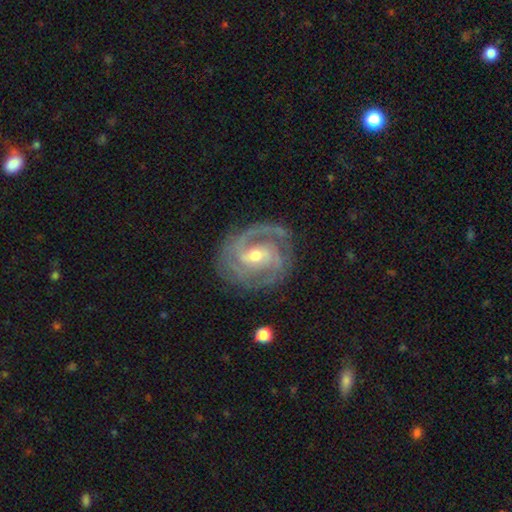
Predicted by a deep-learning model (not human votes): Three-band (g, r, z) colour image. It shows a featured or disk galaxy (90%) with a weak bar (51%), 2 (47%) tight (57%) spiral arms (97%) and a moderate central bulge (53%). Merging: none (78%).